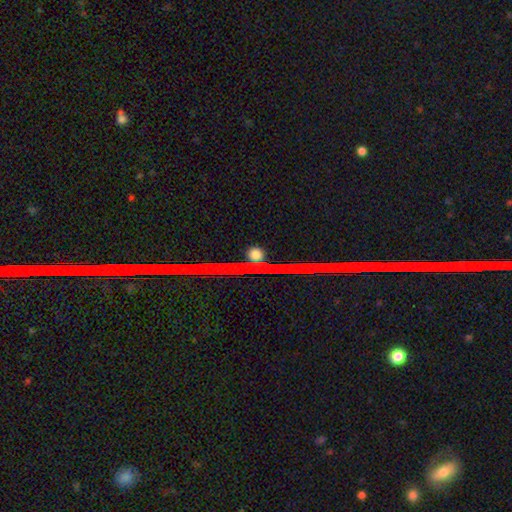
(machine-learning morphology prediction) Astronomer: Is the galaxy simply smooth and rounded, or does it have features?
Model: star or artifact — 62%.